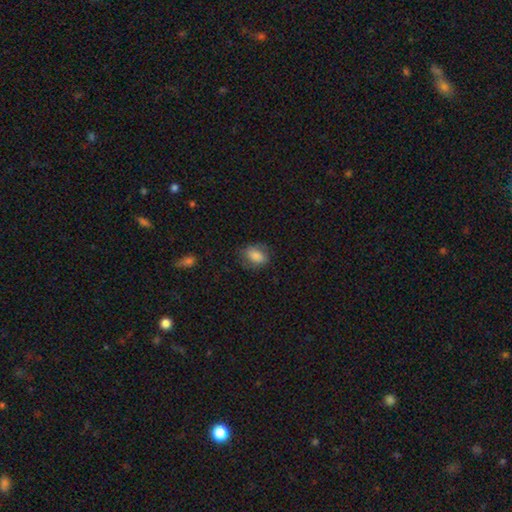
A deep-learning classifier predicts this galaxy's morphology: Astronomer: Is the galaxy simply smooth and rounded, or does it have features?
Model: smooth — 82%.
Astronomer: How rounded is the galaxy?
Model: in between — 72%.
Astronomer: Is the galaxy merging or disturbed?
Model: none — 69%.